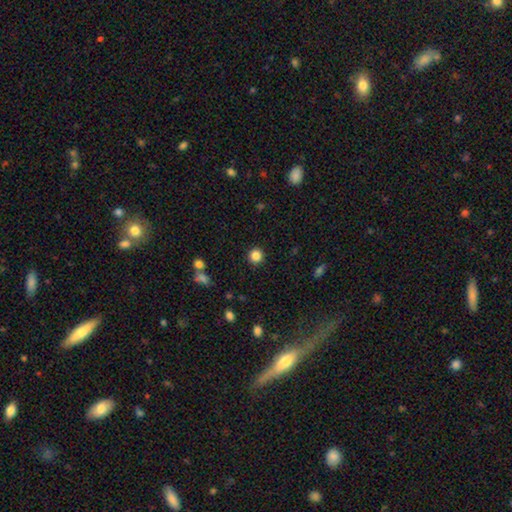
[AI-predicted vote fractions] Morphology: type=smooth (85%); roundness=round (94%); merging=none (92%).